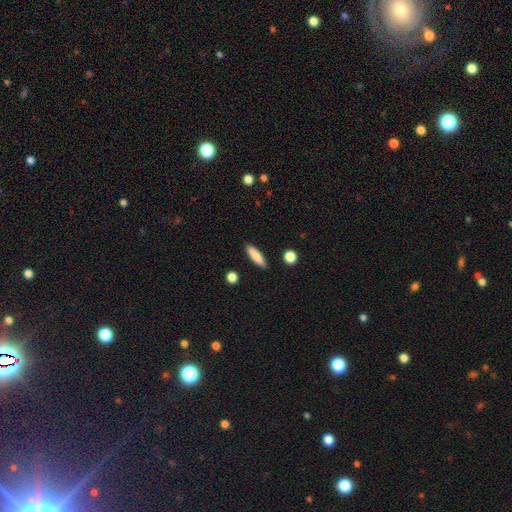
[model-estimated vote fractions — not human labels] Smooth or featured? Predicted: smooth (p=0.84). How rounded? Predicted: cigar-shaped (p=0.73). Merging? Predicted: none (p=0.89).